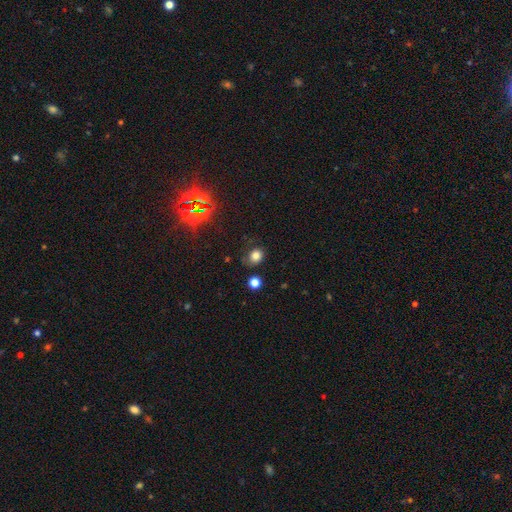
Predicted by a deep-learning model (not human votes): Smooth or featured?
  - smooth: 79% *
  - star or artifact: 15%
  - featured or disk: 6%
How rounded?
  - round: 56% *
  - in between: 43%
  - cigar-shaped: 1%
Merging?
  - none: 71% *
  - minor disturbance: 20%
  - major disturbance: 5%
  - merger: 3%